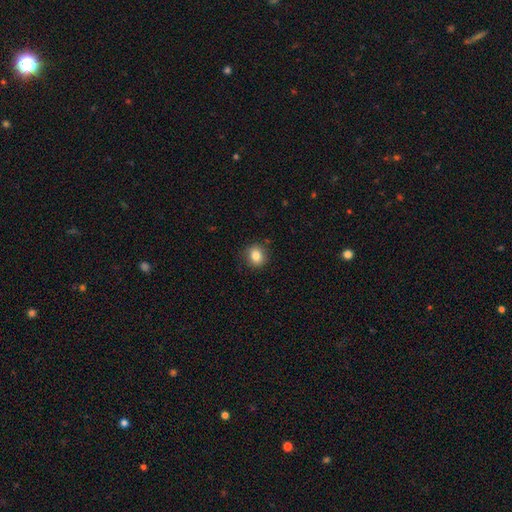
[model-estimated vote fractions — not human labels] This appears to be a smooth galaxy with no disk features (82%) that is round (83%). Merging: none (88%).